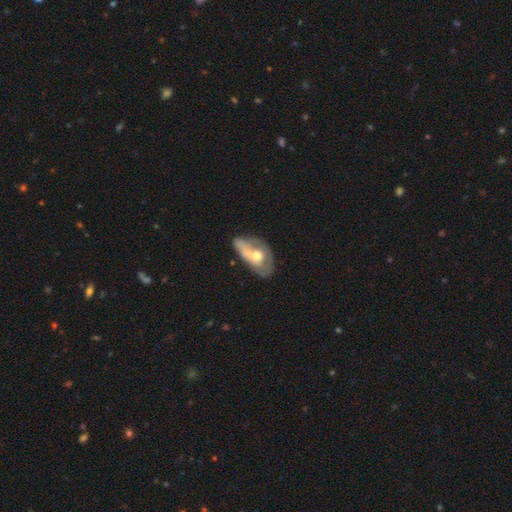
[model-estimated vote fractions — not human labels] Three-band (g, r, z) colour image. It shows a featured or disk galaxy (55%) with no bar (84%), no spiral arms (74%) and a moderate central bulge (63%). Merging: merger (34%).